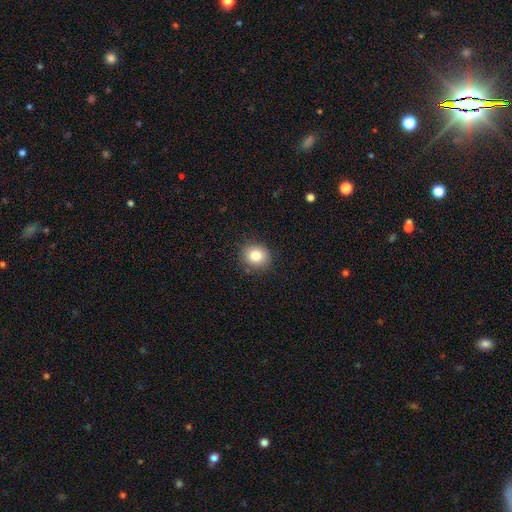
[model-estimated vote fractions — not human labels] This appears to be a smooth galaxy with no disk features (82%) that is round (80%). Merging: none (88%).